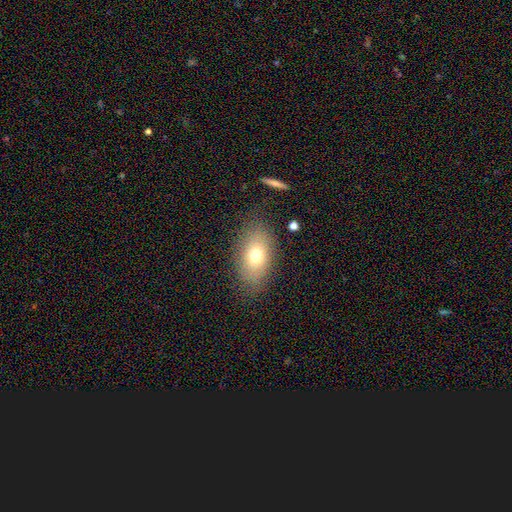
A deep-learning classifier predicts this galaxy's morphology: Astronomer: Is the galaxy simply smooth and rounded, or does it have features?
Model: smooth — 71%.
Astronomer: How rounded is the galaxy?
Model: in between — 87%.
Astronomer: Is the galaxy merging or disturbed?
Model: none — 80%.